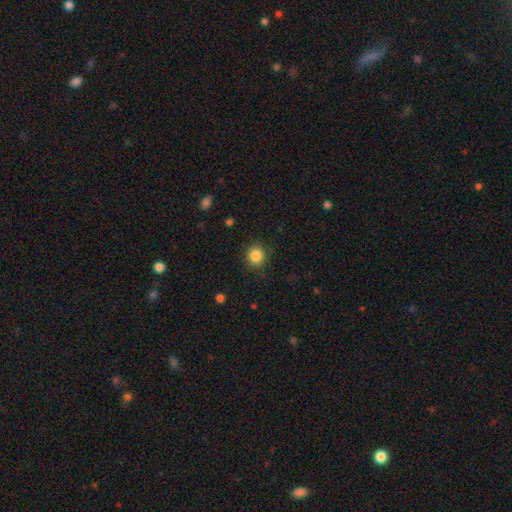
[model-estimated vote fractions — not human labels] The model was most divided on "how rounded": round: 87%, in between: 13%, cigar-shaped: 1%. More confident: merging — none (87%); smooth or featured — smooth (86%).